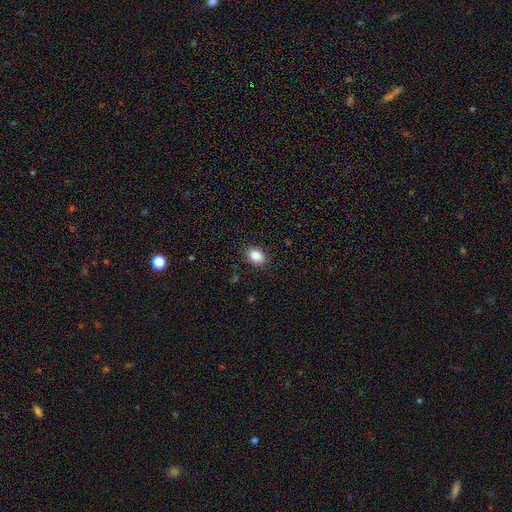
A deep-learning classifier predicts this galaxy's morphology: A smooth galaxy with no disk features (85%) that is in between round and cigar-shaped (67%). Merging: none (88%).